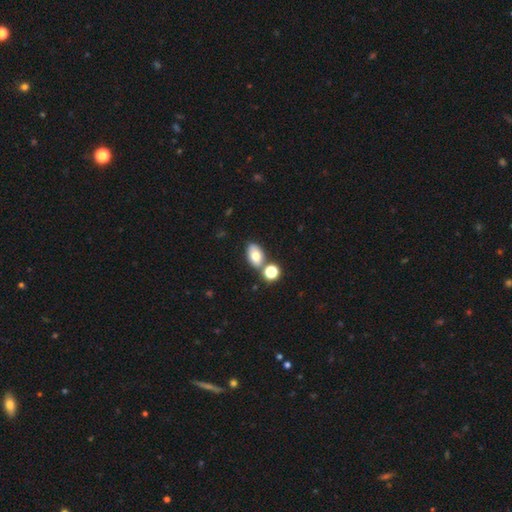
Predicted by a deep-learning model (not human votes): Smooth or featured?
  - smooth: 74% *
  - featured or disk: 15%
  - star or artifact: 10%
How rounded?
  - in between: 87% *
  - round: 11%
  - cigar-shaped: 2%
Merging?
  - none: 65% *
  - merger: 20%
  - minor disturbance: 12%
  - major disturbance: 3%